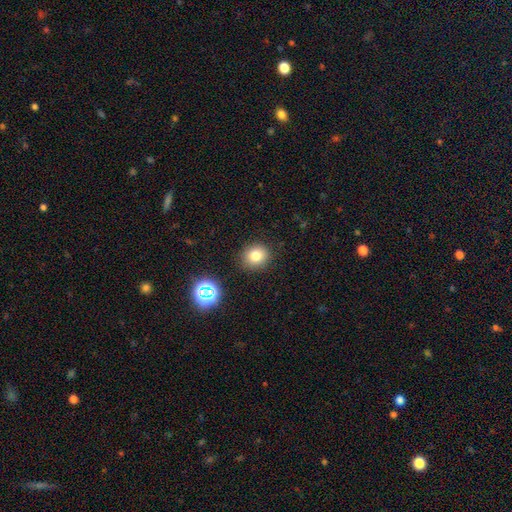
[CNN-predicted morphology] The model was most divided on "smooth or featured": smooth: 77%, star or artifact: 15%, featured or disk: 8%. More confident: merging — none (88%); how rounded — round (86%).